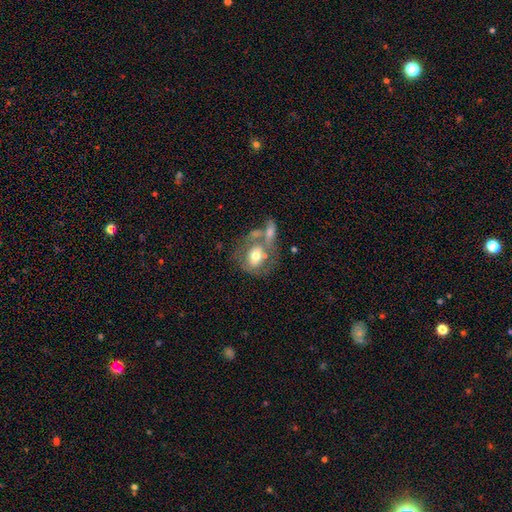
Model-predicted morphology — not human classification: Smooth or featured? Predicted: smooth (p=0.53). How rounded? Predicted: in between (p=0.49, tied with round). Merging? Predicted: merger (p=0.41).